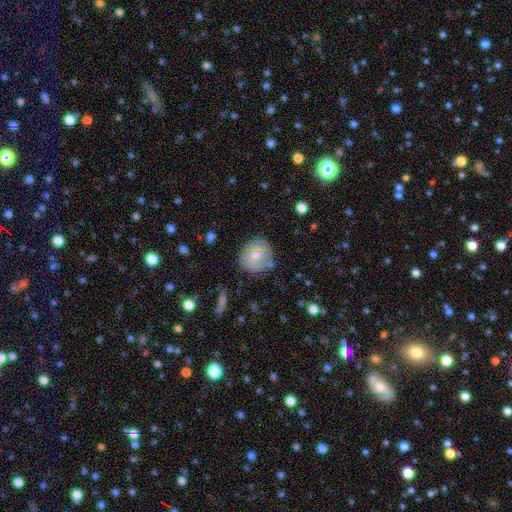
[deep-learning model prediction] This is likely a smooth galaxy (60%). How rounded: clearly round (84%). Merging: likely none (73%).